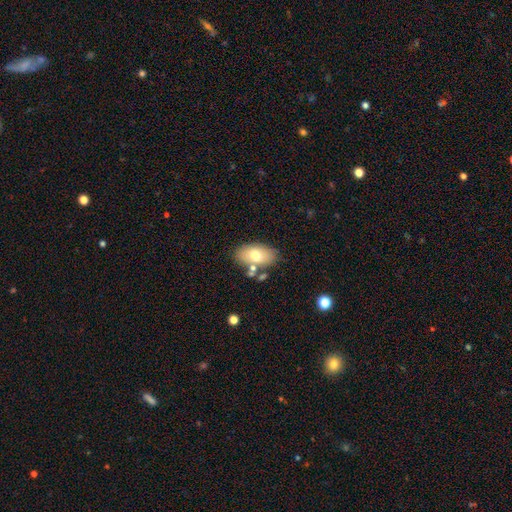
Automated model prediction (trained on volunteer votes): Morphology: type=smooth (70%); roundness=in between (91%); merging=none (72%).